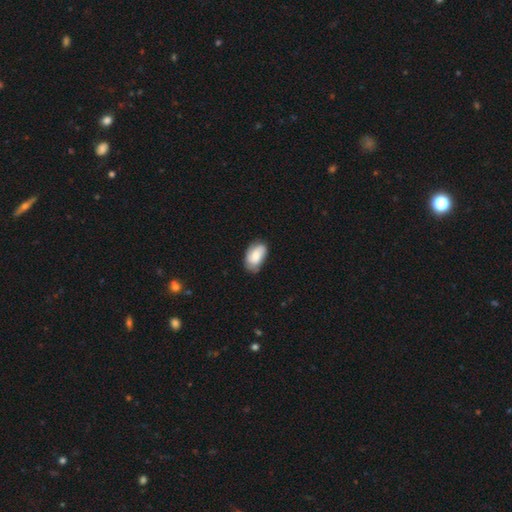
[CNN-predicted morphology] Smooth or featured? Predicted: smooth (p=0.68). How rounded? Predicted: in between (p=0.93). Merging? Predicted: none (p=0.66).